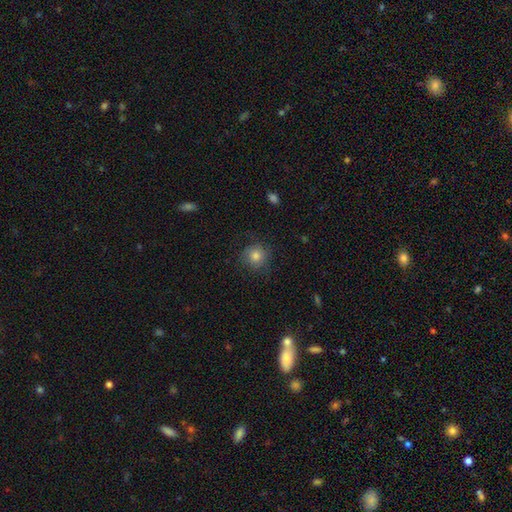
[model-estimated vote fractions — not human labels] This appears to be a smooth galaxy with no disk features (77%) that is round (92%). Merging: none (79%).